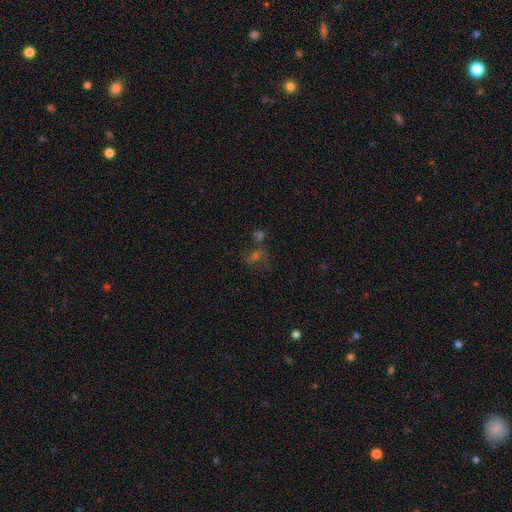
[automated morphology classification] A star or artifact, not a galaxy (40%).

Vote fractions:
- Smooth or featured? star or artifact: 40% / smooth: 33% / featured or disk: 27%